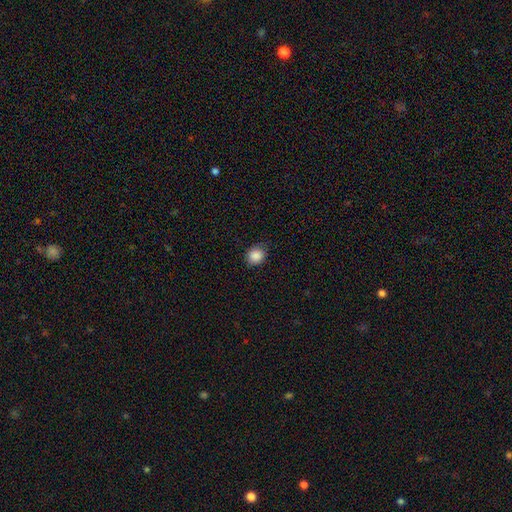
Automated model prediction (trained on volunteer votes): A smooth galaxy with no disk features (87%) that is round (68%).

Vote fractions:
- Smooth or featured? smooth: 87% / star or artifact: 9% / featured or disk: 4%
- How rounded? round: 68% / in between: 31% / cigar-shaped: 1%
- Merging? none: 79% / minor disturbance: 17% / major disturbance: 3% / merger: 1%